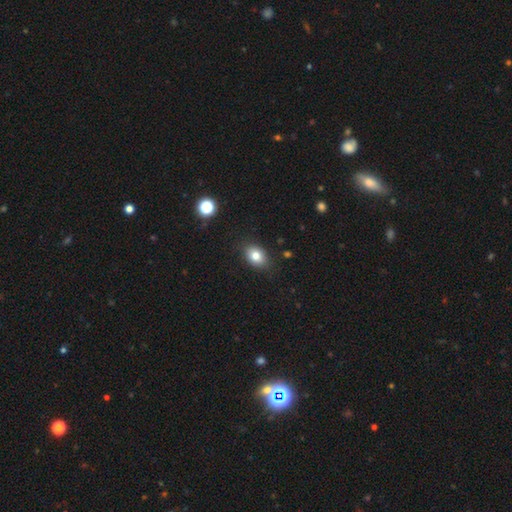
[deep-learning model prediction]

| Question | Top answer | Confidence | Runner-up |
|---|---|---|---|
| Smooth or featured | smooth | 80% | star or artifact (10%) |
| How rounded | in between | 76% | round (23%) |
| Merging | none | 86% | minor disturbance (10%) |